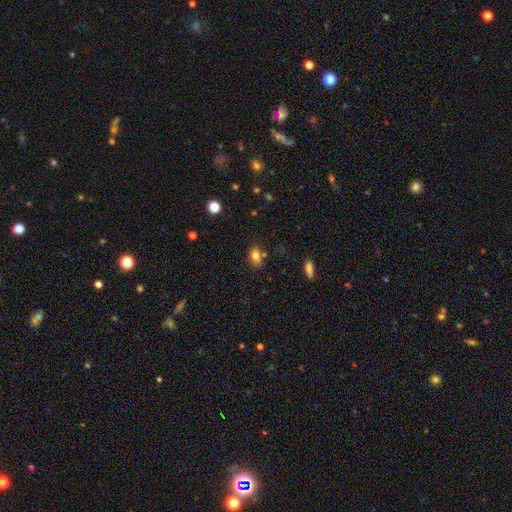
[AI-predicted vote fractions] smooth-or-featured: smooth: 76% | star or artifact: 13% | featured or disk: 11%
  how-rounded: in between: 72% | round: 25% | cigar-shaped: 2%
  merging: none: 65% | minor disturbance: 17% | merger: 13% | major disturbance: 4%